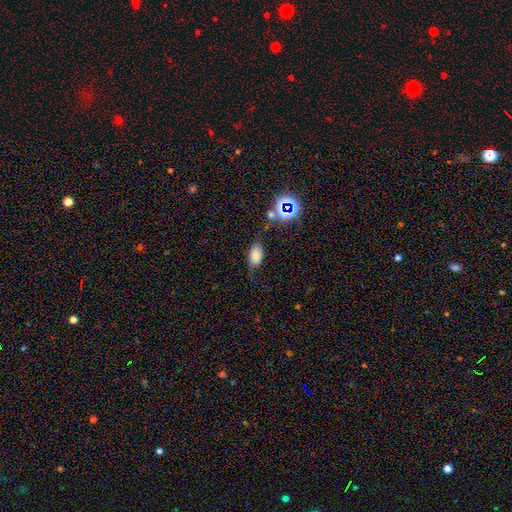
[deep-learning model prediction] Smooth or featured? Predicted: smooth (p=0.69). How rounded? Predicted: in between (p=0.88). Merging? Predicted: none (p=0.59).